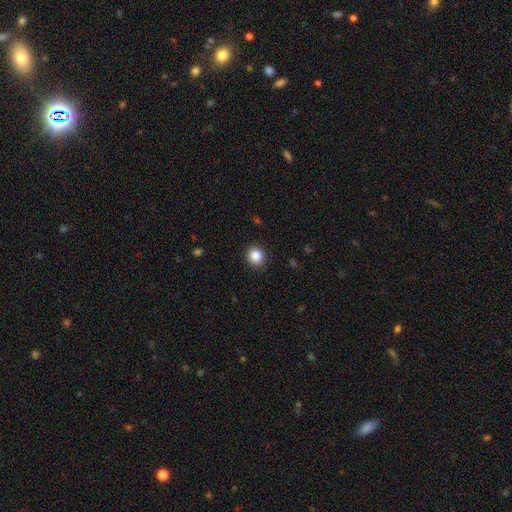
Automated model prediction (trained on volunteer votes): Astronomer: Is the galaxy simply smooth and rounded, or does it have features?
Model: smooth — 86%.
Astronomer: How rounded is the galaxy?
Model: round — 82%.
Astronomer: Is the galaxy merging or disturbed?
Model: none — 89%.